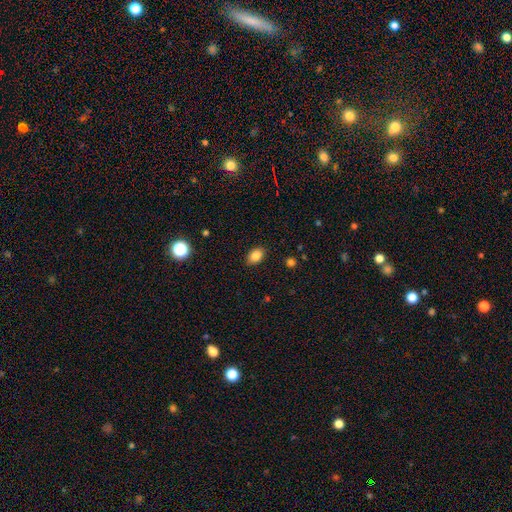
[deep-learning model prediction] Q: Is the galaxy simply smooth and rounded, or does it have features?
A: smooth — 85%.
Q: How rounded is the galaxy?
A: in between — 82%.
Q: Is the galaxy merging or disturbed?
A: none — 88%.